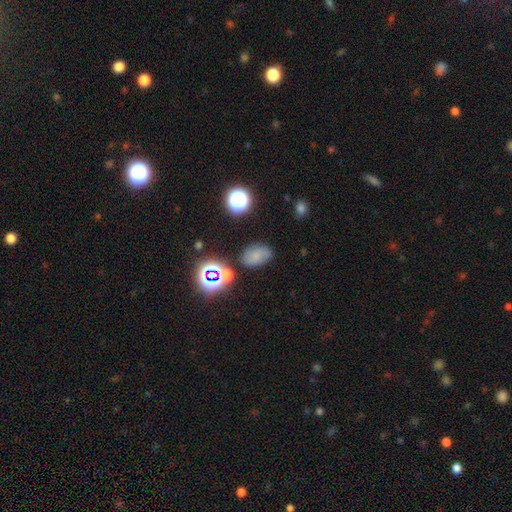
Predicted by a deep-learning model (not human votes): Smooth or featured? Predicted: smooth (p=0.58). How rounded? Predicted: in between (p=0.80). Merging? Predicted: none (p=0.71).